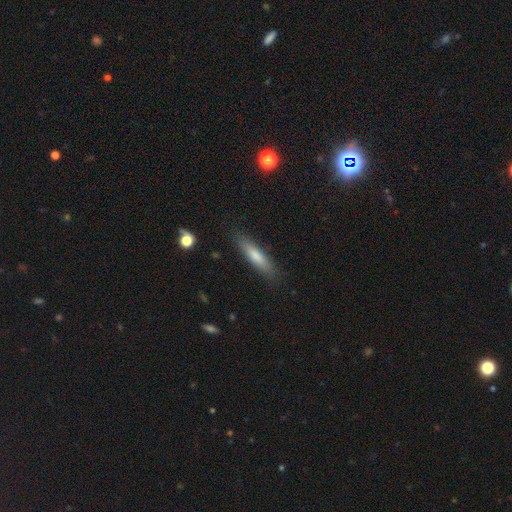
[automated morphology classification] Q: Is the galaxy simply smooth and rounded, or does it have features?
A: smooth — 77%.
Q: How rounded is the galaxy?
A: cigar-shaped — 74%.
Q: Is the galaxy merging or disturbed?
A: none — 85%.